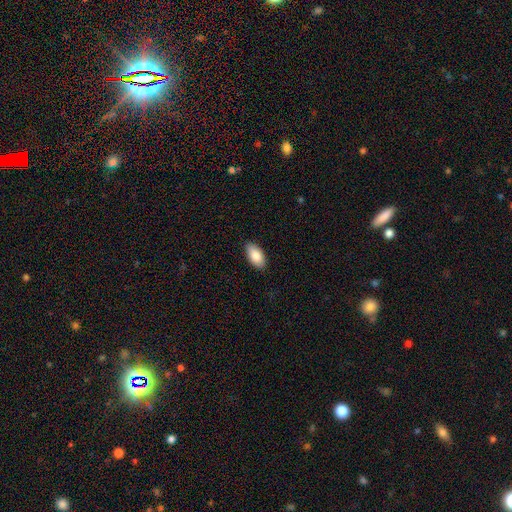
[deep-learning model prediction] smooth 85%, featured or disk 9%, star or artifact 6%. Down the decision tree: how rounded — in between (94%); merging — none (88%).